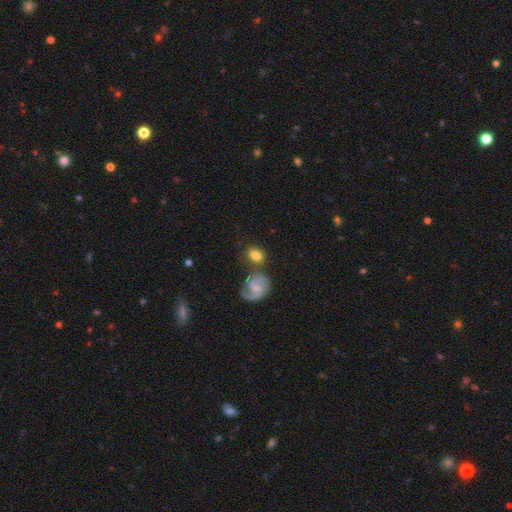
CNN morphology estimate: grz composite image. It shows a smooth galaxy with no disk features (67%) that is round (55%). Merging: none (64%).